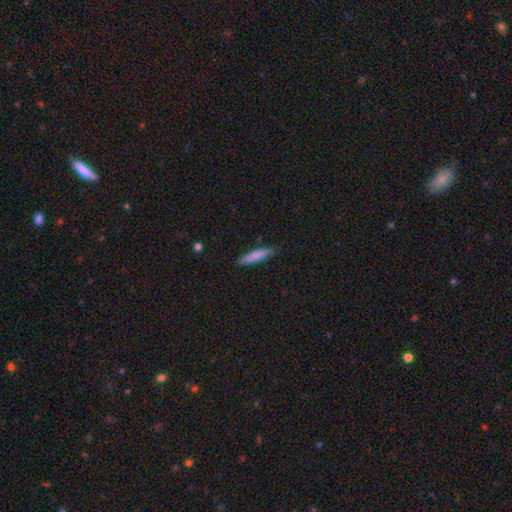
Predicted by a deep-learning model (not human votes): This is clearly a smooth galaxy (82%). How rounded: clearly cigar-shaped (86%). Merging: clearly none (85%).